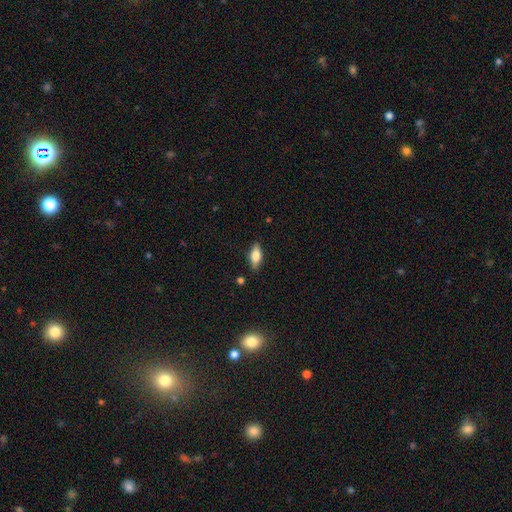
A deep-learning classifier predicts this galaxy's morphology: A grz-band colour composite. It shows a smooth galaxy with no disk features (62%) that is in between round and cigar-shaped (71%). Merging: none (85%).